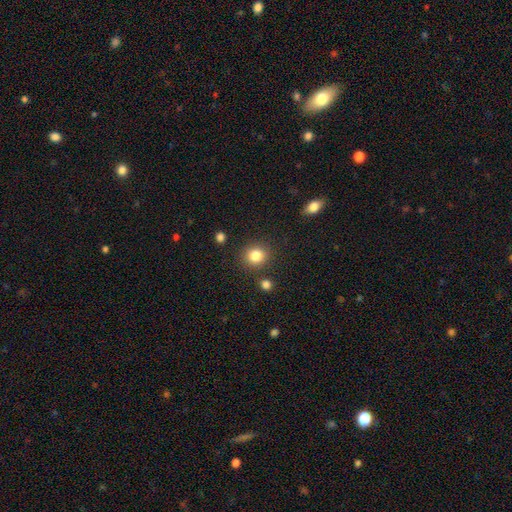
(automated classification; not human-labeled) A smooth galaxy with no disk features (84%) that is round (83%).

Vote fractions:
- Smooth or featured? smooth: 84% / star or artifact: 11% / featured or disk: 6%
- How rounded? round: 83% / in between: 16% / cigar-shaped: 1%
- Merging? none: 85% / minor disturbance: 8% / merger: 4% / major disturbance: 3%